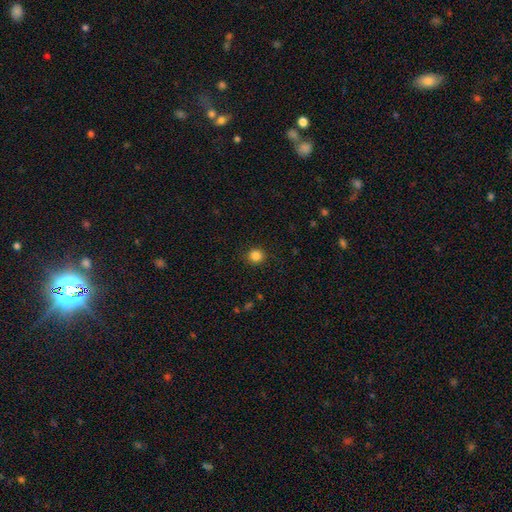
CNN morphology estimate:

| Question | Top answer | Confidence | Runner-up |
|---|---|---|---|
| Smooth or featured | smooth | 85% | star or artifact (12%) |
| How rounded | round | 93% | in between (6%) |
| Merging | none | 91% | minor disturbance (6%) |